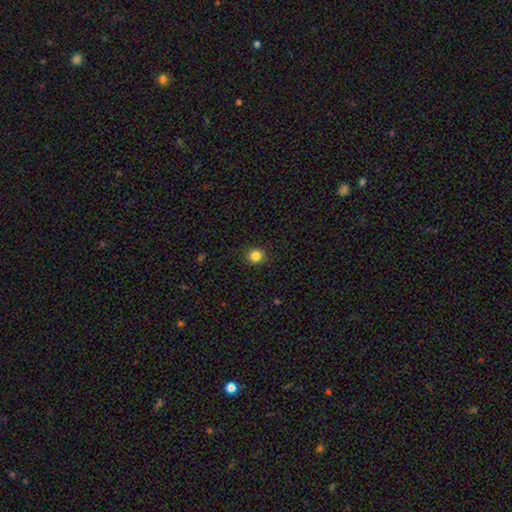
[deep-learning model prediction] Smooth or featured? smooth (84%)
How rounded? round (84%)
Merging? none (90%)